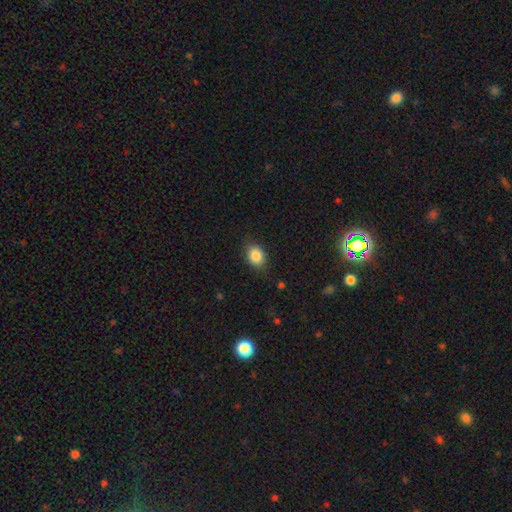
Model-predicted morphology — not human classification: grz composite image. It shows a smooth galaxy with no disk features (86%) that is in between round and cigar-shaped (55%). Merging: none (82%).